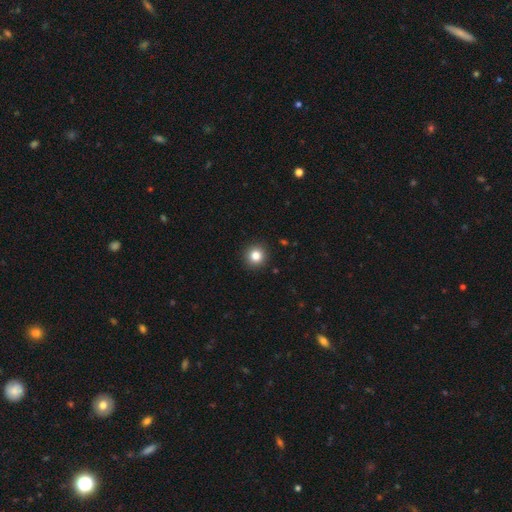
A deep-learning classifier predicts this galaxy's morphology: This appears to be a smooth galaxy with no disk features (84%) that is round (94%). Merging: none (92%).